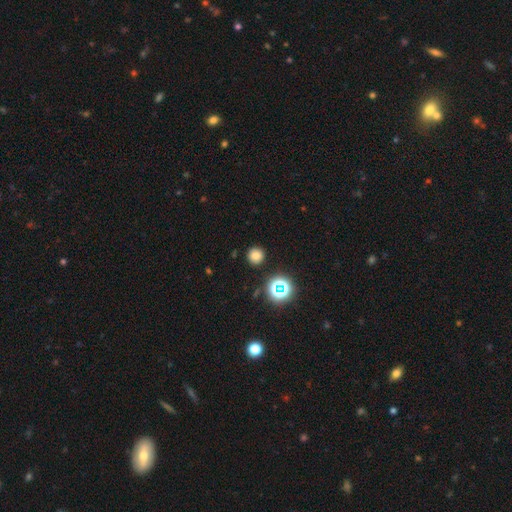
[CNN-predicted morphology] Smooth or featured?
  - smooth: 74% *
  - star or artifact: 19%
  - featured or disk: 6%
How rounded?
  - round: 93% *
  - in between: 6%
  - cigar-shaped: 1%
Merging?
  - none: 90% *
  - minor disturbance: 6%
  - major disturbance: 2%
  - merger: 2%